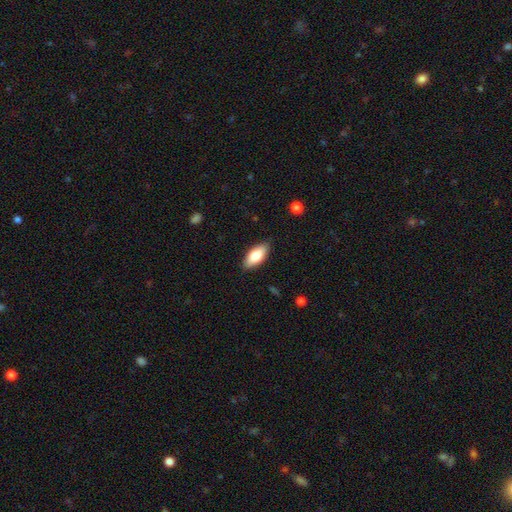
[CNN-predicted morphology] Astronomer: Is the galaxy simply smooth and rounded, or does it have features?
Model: smooth — 77%.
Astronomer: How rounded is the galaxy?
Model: in between — 88%.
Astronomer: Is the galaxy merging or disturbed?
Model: none — 87%.